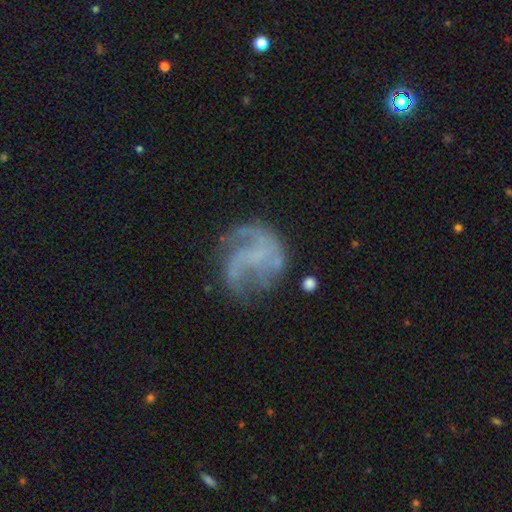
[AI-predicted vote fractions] Morphology: type=featured or disk (73%); edge-on=no (98%); bar=no (62%); spiral arms=yes (80%); winding=loose (47%); arm count=2 (40%); bulge=none (72%); merging=none (53%).